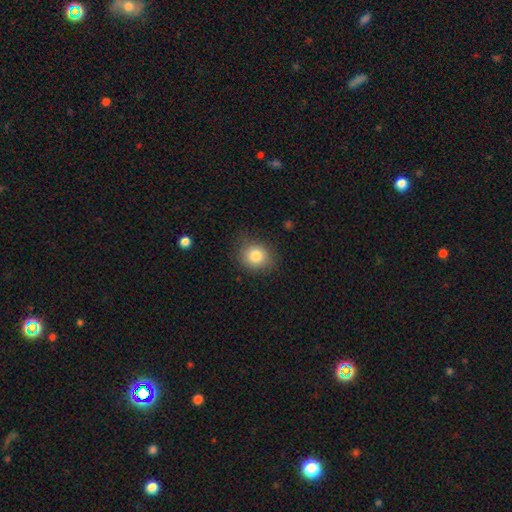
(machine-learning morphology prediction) Smooth or featured? Predicted: smooth (p=0.82). How rounded? Predicted: round (p=0.77). Merging? Predicted: none (p=0.82).